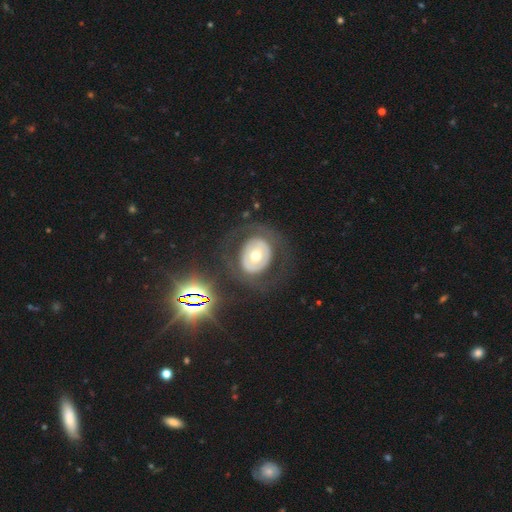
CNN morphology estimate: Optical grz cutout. It shows a featured or disk galaxy (50%). Merging: none (75%).